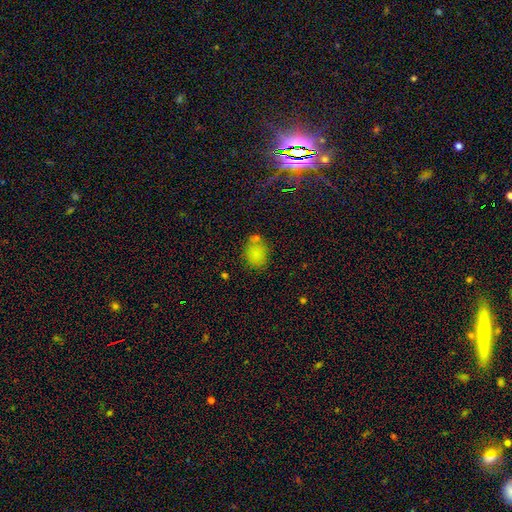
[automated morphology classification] Smooth or featured: smooth — 79% (star or artifact — 14%)
How rounded: round — 50% (in between — 48%)
Merging: none — 64% (merger — 18%)